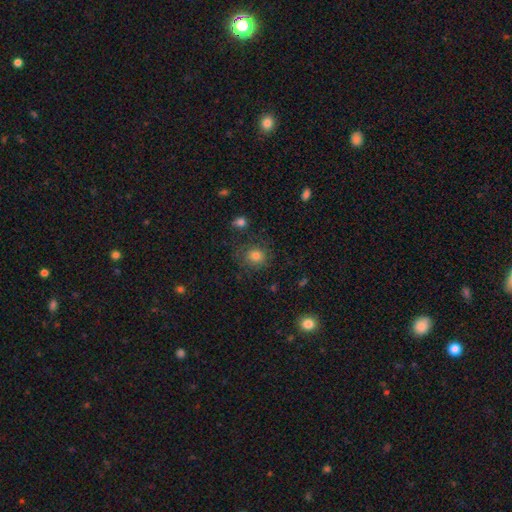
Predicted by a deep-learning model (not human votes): smooth_or_featured: smooth (p=0.74) [alt: star or artifact p=0.13]
how_rounded: round (p=0.80) [alt: in between p=0.19]
merging: none (p=0.72) [alt: minor disturbance p=0.17]